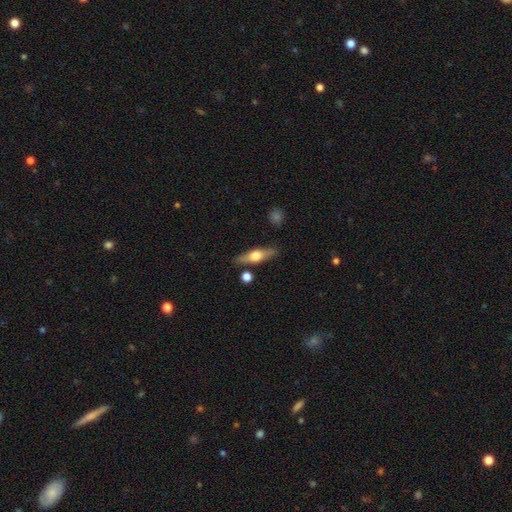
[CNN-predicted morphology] Smooth or featured: featured or disk — 52% (smooth — 42%)
Edge-on disk: yes — 90% (no — 10%)
Merging: none — 84% (minor disturbance — 10%)